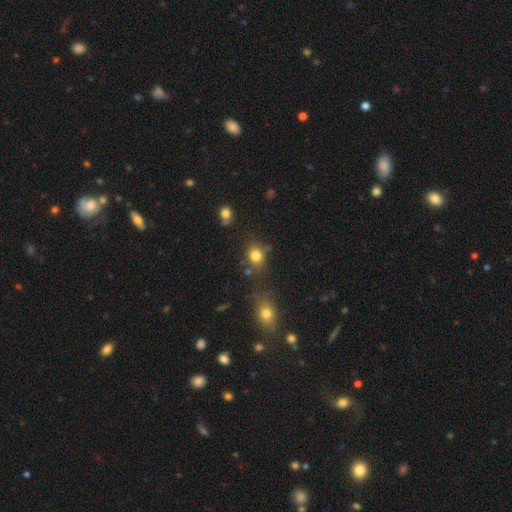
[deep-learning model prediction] Smooth or featured?
  - smooth: 79% *
  - star or artifact: 13%
  - featured or disk: 8%
How rounded?
  - round: 63% *
  - in between: 36%
  - cigar-shaped: 1%
Merging?
  - none: 68% *
  - minor disturbance: 15%
  - merger: 11%
  - major disturbance: 5%